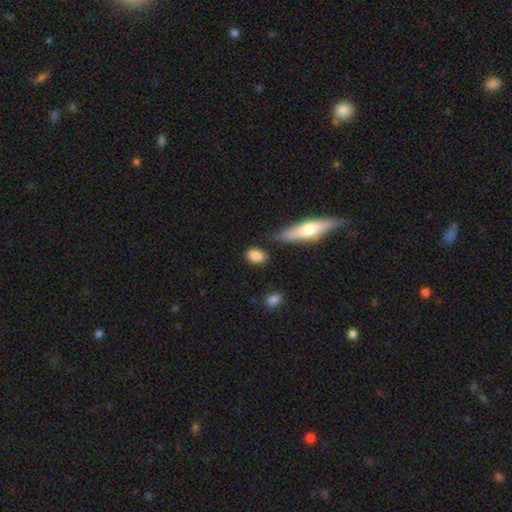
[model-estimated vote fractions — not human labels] smooth-or-featured: smooth: 86% | star or artifact: 7% | featured or disk: 7%
  how-rounded: in between: 79% | round: 16% | cigar-shaped: 5%
  merging: none: 74% | minor disturbance: 15% | merger: 6% | major disturbance: 4%